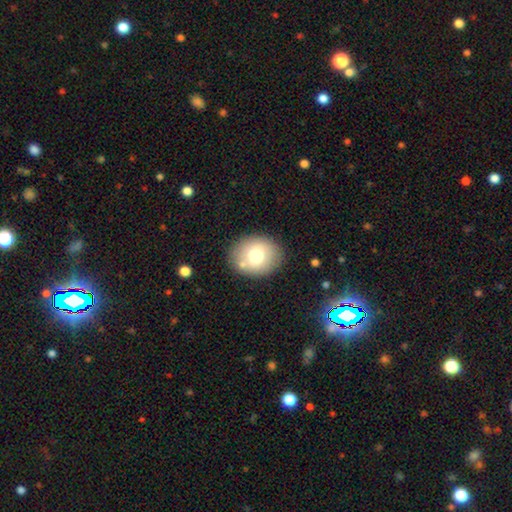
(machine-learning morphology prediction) smooth-or-featured: smooth: 69% | featured or disk: 21% | star or artifact: 10%
  how-rounded: round: 59% | in between: 40% | cigar-shaped: 1%
  merging: none: 80% | minor disturbance: 11% | merger: 5% | major disturbance: 4%